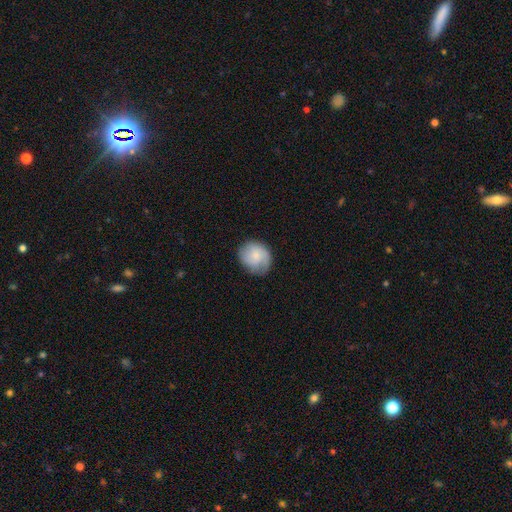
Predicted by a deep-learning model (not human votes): A smooth galaxy with no disk features (69%) that is round (71%). Merging: none (66%).